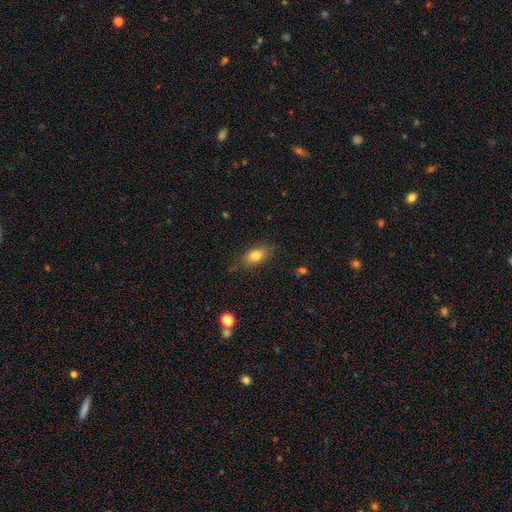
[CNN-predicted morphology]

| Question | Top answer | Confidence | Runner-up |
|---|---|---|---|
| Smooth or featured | smooth | 78% | featured or disk (13%) |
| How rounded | in between | 82% | round (12%) |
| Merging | none | 75% | minor disturbance (19%) |